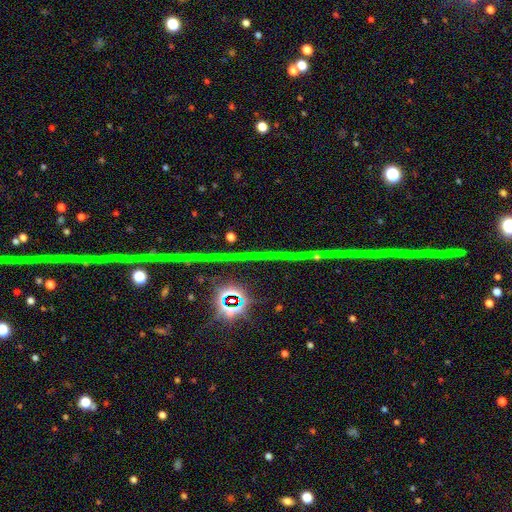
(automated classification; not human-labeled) A star or artifact, not a galaxy (85%).